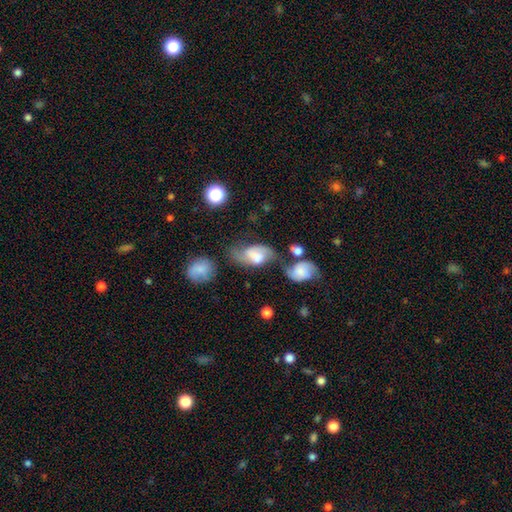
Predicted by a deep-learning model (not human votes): smooth_or_featured: featured or disk (p=0.49) [alt: smooth p=0.41]
merging: none (p=0.36) [alt: minor disturbance p=0.24]